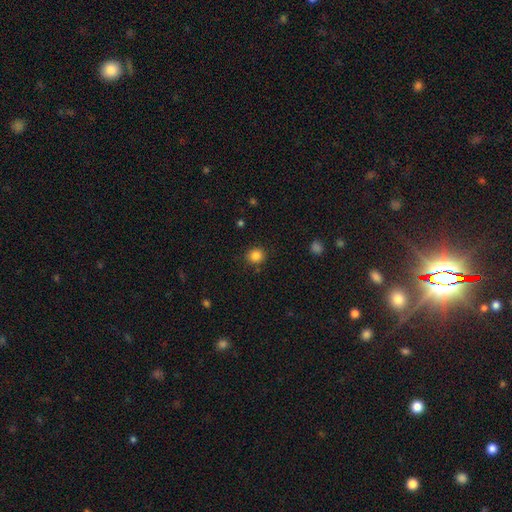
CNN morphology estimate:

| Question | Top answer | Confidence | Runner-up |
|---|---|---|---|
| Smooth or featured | smooth | 85% | star or artifact (11%) |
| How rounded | round | 88% | in between (11%) |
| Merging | none | 87% | minor disturbance (8%) |